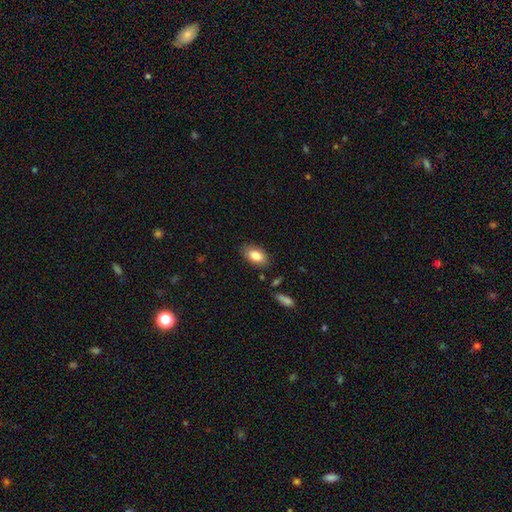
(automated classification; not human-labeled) smooth 82%, featured or disk 11%, star or artifact 7%. Down the decision tree: how rounded — in between (91%); merging — none (83%).